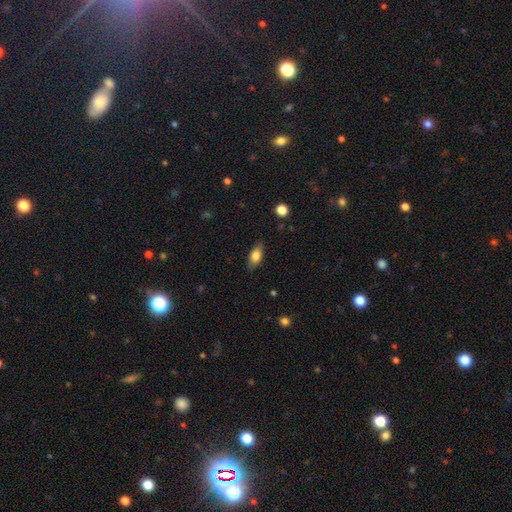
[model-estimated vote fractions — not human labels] A smooth galaxy with no disk features (79%) that is in between round and cigar-shaped (86%). Merging: none (83%).